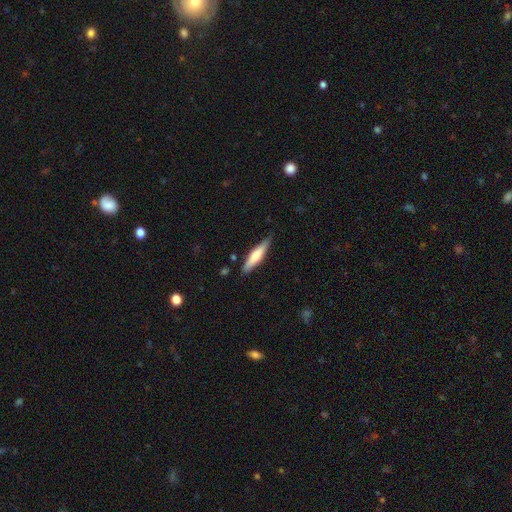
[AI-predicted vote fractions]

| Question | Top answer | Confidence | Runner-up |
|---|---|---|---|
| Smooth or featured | smooth | 59% | featured or disk (35%) |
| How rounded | cigar-shaped | 79% | in between (19%) |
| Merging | none | 83% | minor disturbance (13%) |